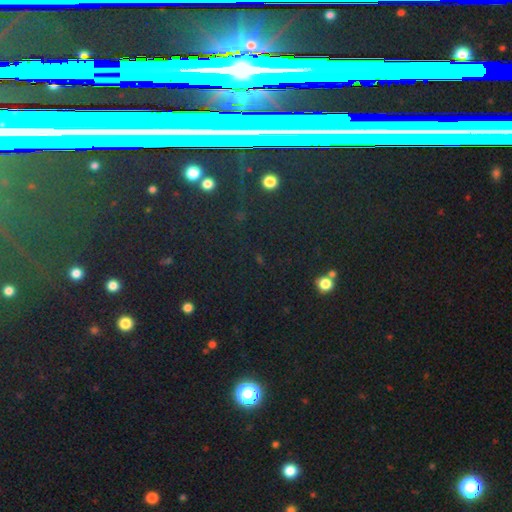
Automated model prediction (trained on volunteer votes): Q: Smooth or featured?
A: star or artifact (80%); runner-up: smooth (10%)